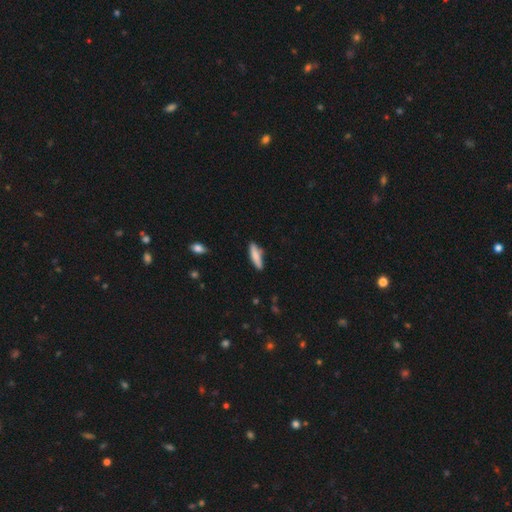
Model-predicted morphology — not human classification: A smooth galaxy with no disk features (77%) that is cigar-shaped (71%). Merging: none (80%).